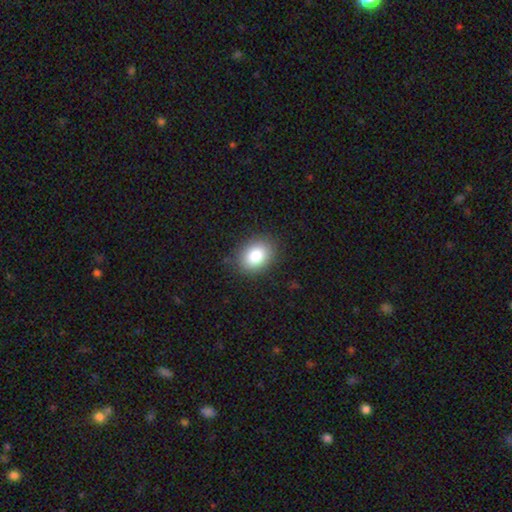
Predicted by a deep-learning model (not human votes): smooth-or-featured: smooth: 84% | star or artifact: 9% | featured or disk: 8%
  how-rounded: in between: 64% | round: 35% | cigar-shaped: 1%
  merging: none: 86% | minor disturbance: 10% | major disturbance: 3% | merger: 1%